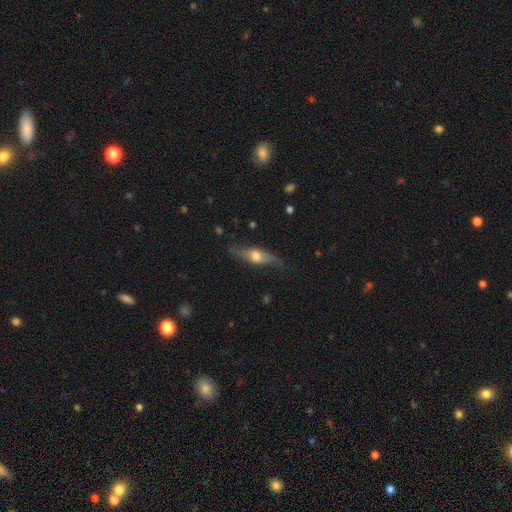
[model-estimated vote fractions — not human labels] featured or disk 55%, smooth 39%, star or artifact 6%. Down the decision tree: edge-on disk — yes (64%); merging — none (65%).